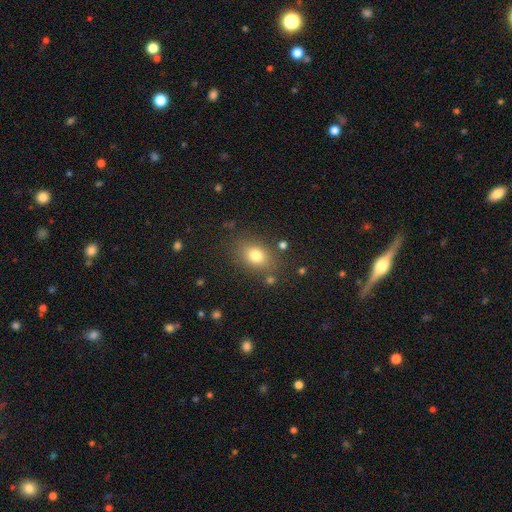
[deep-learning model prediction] smooth 78%, star or artifact 12%, featured or disk 10%. Down the decision tree: how rounded — in between (68%); merging — none (80%).